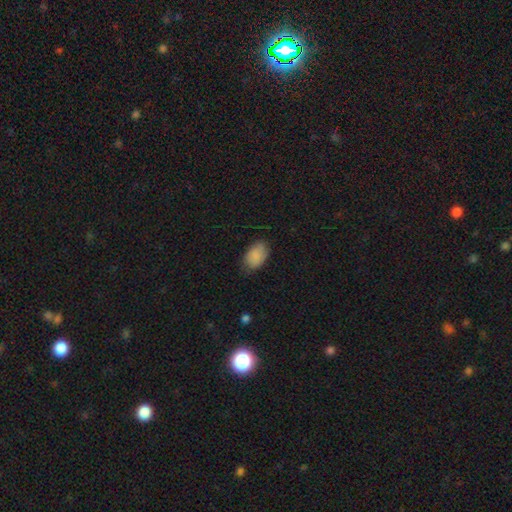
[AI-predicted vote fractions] Overall: smooth (86%). How rounded: in between (90%). Merging: none (73%).